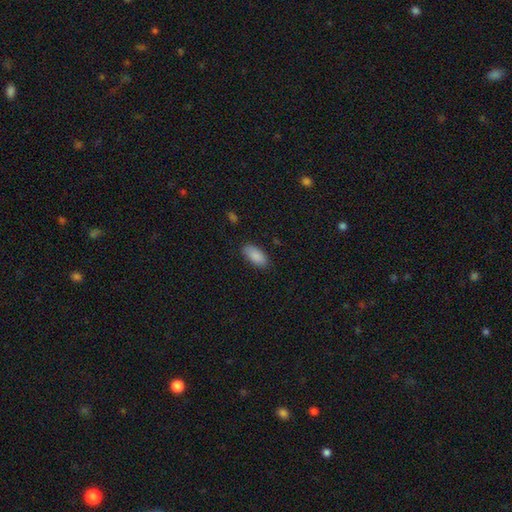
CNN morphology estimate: Smooth or featured: smooth — 89% (star or artifact — 7%)
How rounded: in between — 91% (cigar-shaped — 7%)
Merging: none — 83% (minor disturbance — 13%)